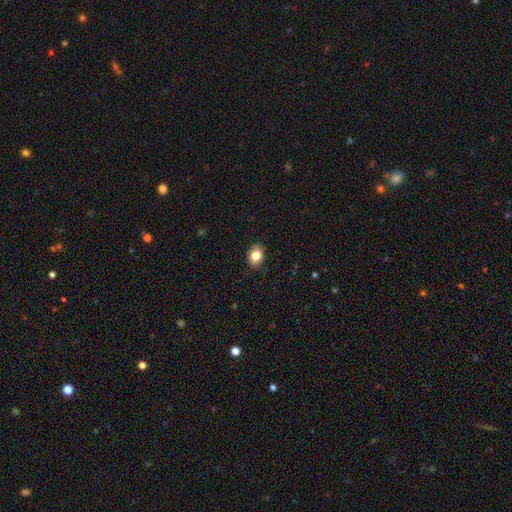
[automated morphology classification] Smooth or featured? smooth (83%)
How rounded? in between (65%)
Merging? none (88%)